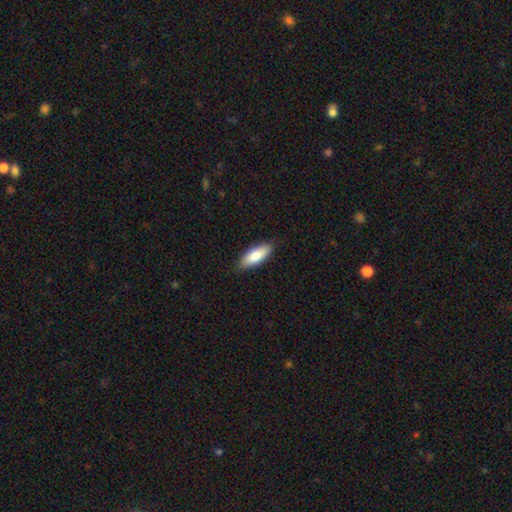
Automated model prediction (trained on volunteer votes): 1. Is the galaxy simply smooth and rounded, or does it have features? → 83% smooth, 12% featured or disk, 5% star or artifact.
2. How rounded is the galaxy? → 70% in between, 29% cigar-shaped, 2% round.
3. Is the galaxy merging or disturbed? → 85% none, 12% minor disturbance, 2% major disturbance, 1% merger.